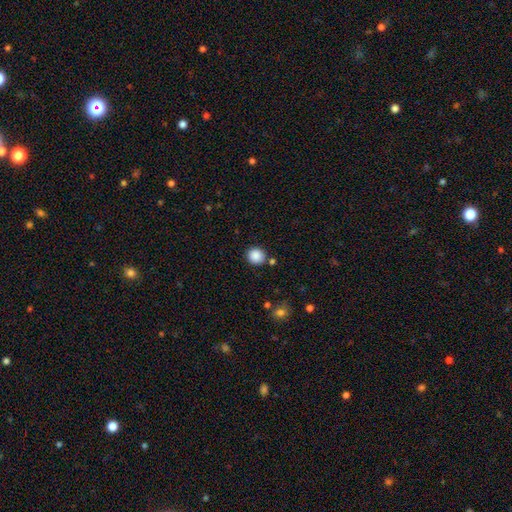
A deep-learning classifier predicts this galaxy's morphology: The model was most divided on "merging": none: 85%, minor disturbance: 8%, merger: 5%, major disturbance: 3%. More confident: how rounded — round (91%); smooth or featured — smooth (88%).